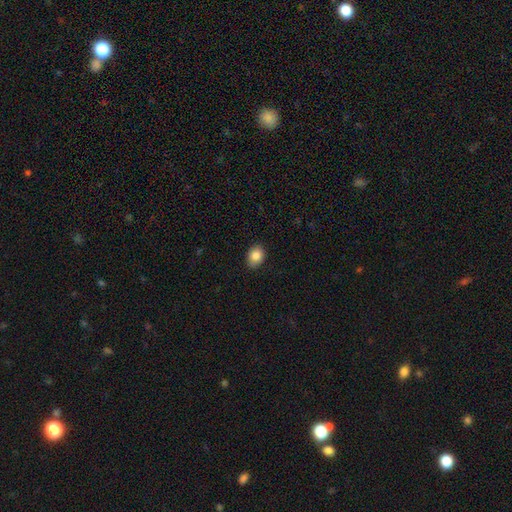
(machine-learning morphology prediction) Smooth or featured? Predicted: smooth (p=0.86). How rounded? Predicted: in between (p=0.64). Merging? Predicted: none (p=0.87).